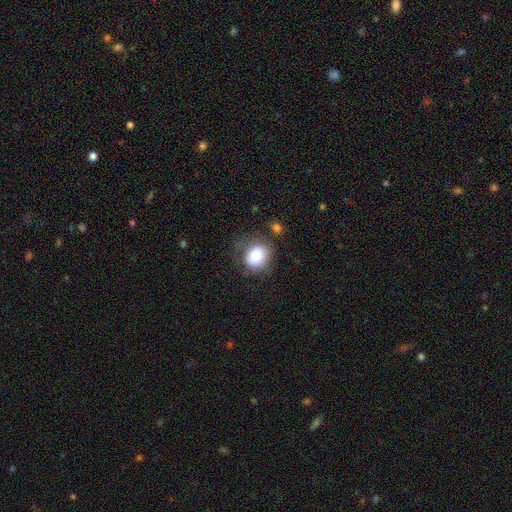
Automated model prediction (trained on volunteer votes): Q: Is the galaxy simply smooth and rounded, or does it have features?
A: smooth — 81%.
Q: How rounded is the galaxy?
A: round — 66%.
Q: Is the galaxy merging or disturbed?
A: none — 64%.